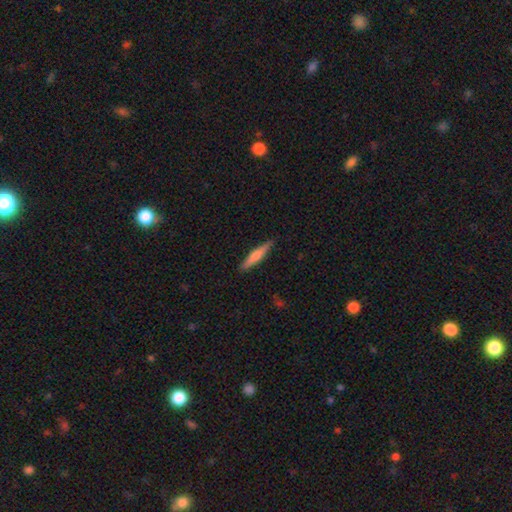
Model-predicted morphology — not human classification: smooth_or_featured: smooth (p=0.62) [alt: featured or disk p=0.33]
how_rounded: cigar-shaped (p=0.90) [alt: in between p=0.08]
merging: none (p=0.89) [alt: minor disturbance p=0.09]